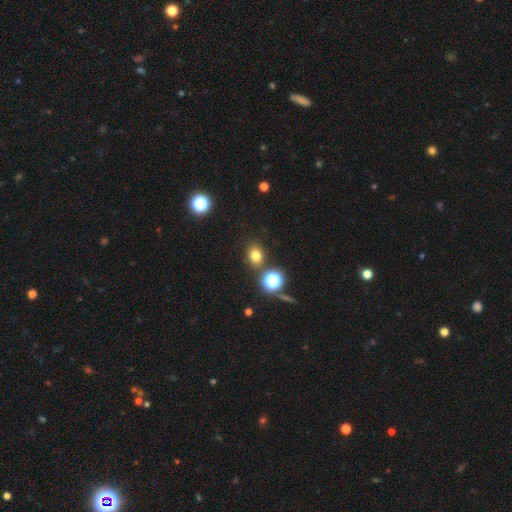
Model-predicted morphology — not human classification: Overall: smooth (74%). How rounded: round (54%; in between 45%). Merging: none (80%).